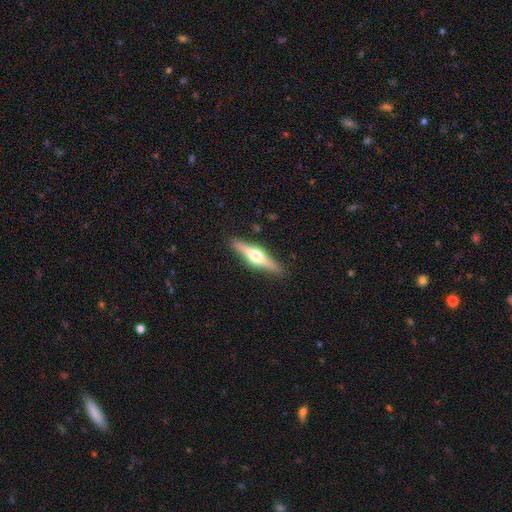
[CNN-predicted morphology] This is likely a featured or disk galaxy (70%). It is clearly viewed edge-on (97%). Edge-on bulge: clearly rounded (94%). Merging: clearly none (90%).